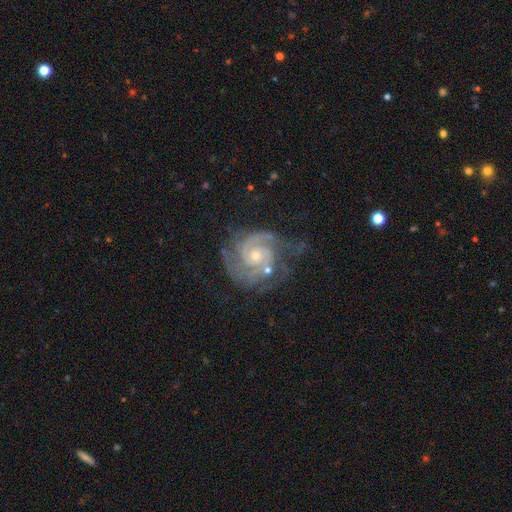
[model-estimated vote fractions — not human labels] A featured or disk galaxy (90%) with no bar (70%), 2 (61%) tight (59%) spiral arms (98%) and a small central bulge (59%). Merging: none (62%).